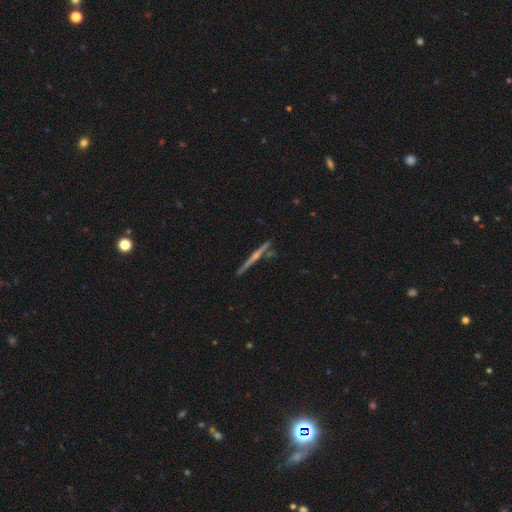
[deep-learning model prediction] A featured or disk galaxy (76%) viewed edge-on (98%) with a rounded central bulge (65%).

Vote fractions:
- Smooth or featured? featured or disk: 76% / smooth: 18% / star or artifact: 7%
- Edge-on disk? yes: 98% / no: 2%
- Edge-on bulge? rounded: 65% / none: 28% / boxy: 7%
- Merging? none: 83% / minor disturbance: 10% / merger: 4% / major disturbance: 2%